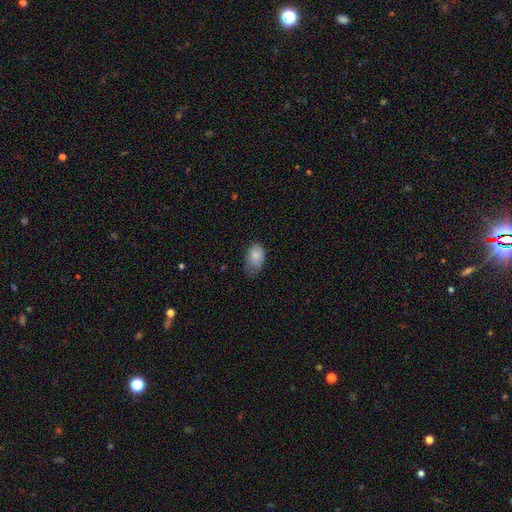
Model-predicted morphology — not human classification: Smooth or featured?
  - smooth: 84% *
  - featured or disk: 8%
  - star or artifact: 8%
How rounded?
  - in between: 89% *
  - round: 10%
  - cigar-shaped: 1%
Merging?
  - none: 45% *
  - minor disturbance: 41%
  - major disturbance: 12%
  - merger: 1%